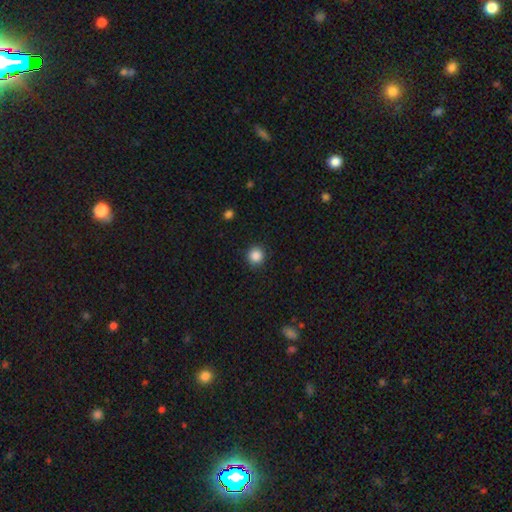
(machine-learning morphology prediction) smooth-or-featured: smooth: 87% | star or artifact: 10% | featured or disk: 3%
  how-rounded: round: 93% | in between: 7% | cigar-shaped: 1%
  merging: none: 90% | minor disturbance: 7% | major disturbance: 2% | merger: 1%